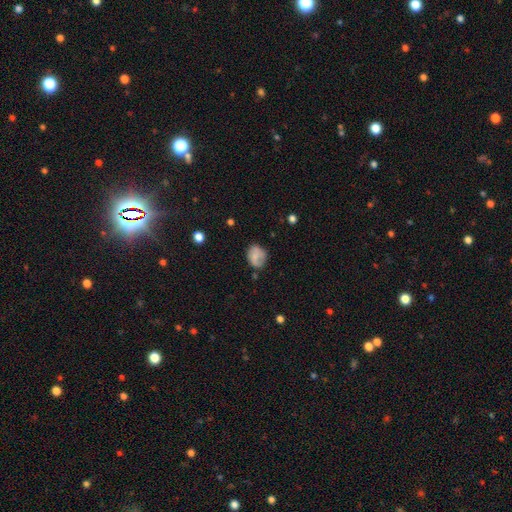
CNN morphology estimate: Smooth or featured? Predicted: smooth (p=0.71). How rounded? Predicted: in between (p=0.52). Merging? Predicted: none (p=0.65).